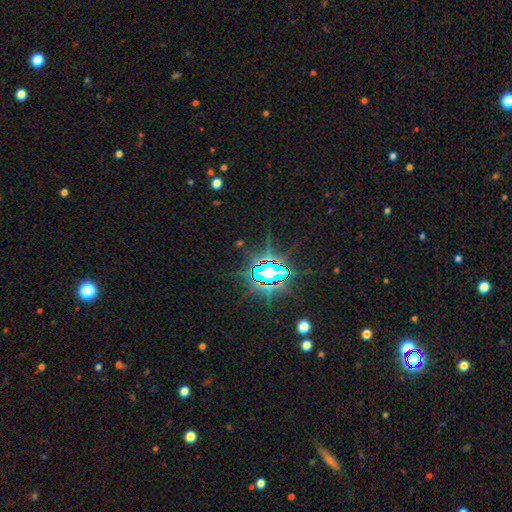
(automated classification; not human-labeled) star or artifact 85%, smooth 9%, featured or disk 7%.